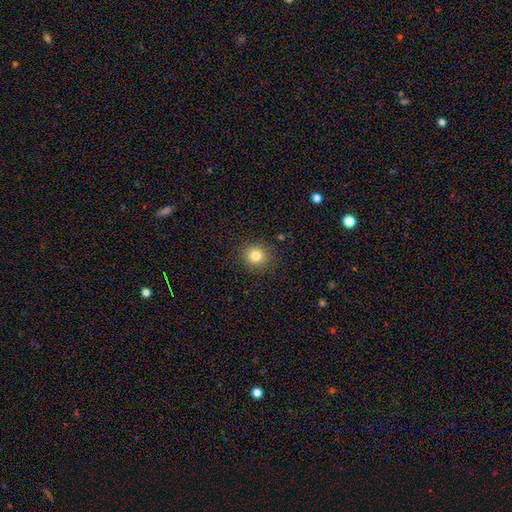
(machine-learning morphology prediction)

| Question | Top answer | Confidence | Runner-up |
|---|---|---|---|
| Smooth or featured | smooth | 80% | star or artifact (12%) |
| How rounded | round | 86% | in between (13%) |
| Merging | none | 88% | minor disturbance (8%) |